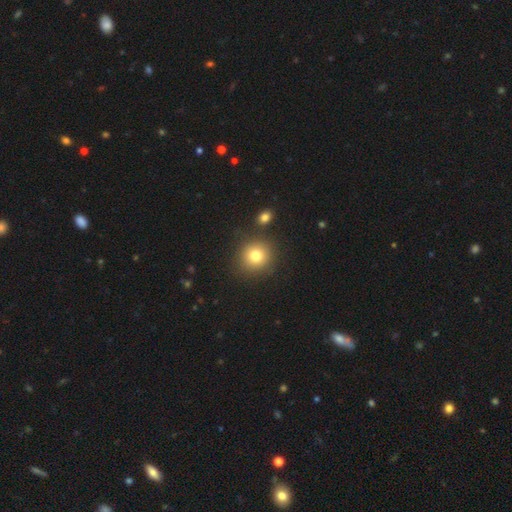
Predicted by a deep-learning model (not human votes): This is likely a smooth galaxy (79%). How rounded: clearly round (89%). Merging: clearly none (84%).